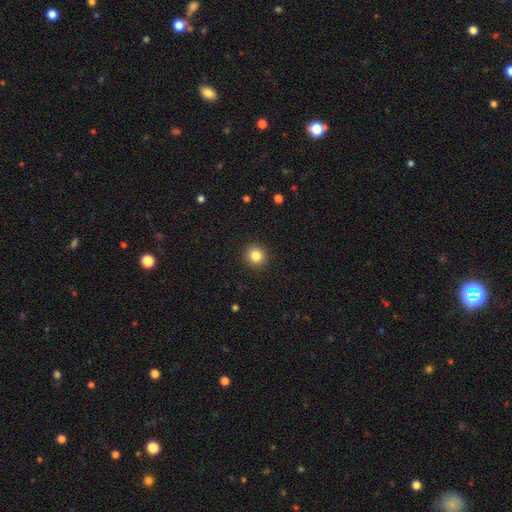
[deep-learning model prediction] The model was most divided on "smooth or featured": smooth: 84%, star or artifact: 11%, featured or disk: 5%. More confident: merging — none (92%); how rounded — round (90%).